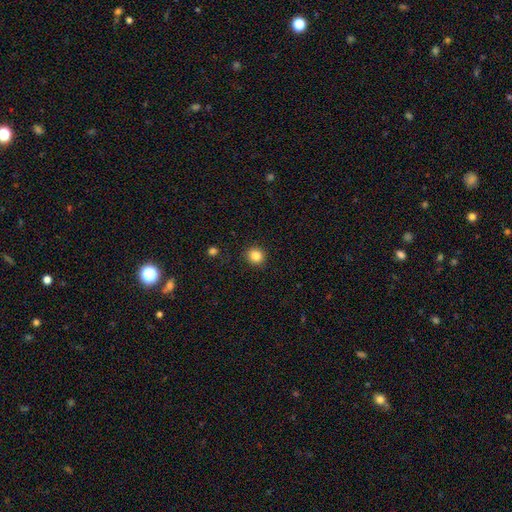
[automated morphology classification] This appears to be a smooth galaxy with no disk features (85%) that is round (89%). Merging: none (91%).